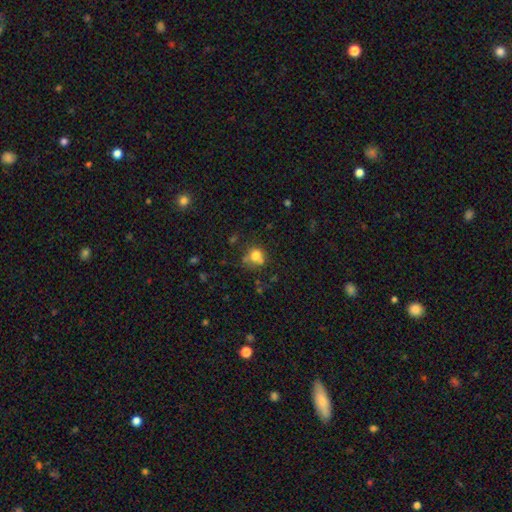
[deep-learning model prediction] smooth-or-featured: smooth: 73% | star or artifact: 14% | featured or disk: 13%
  how-rounded: round: 76% | in between: 23% | cigar-shaped: 1%
  merging: none: 49% | merger: 23% | minor disturbance: 18% | major disturbance: 10%